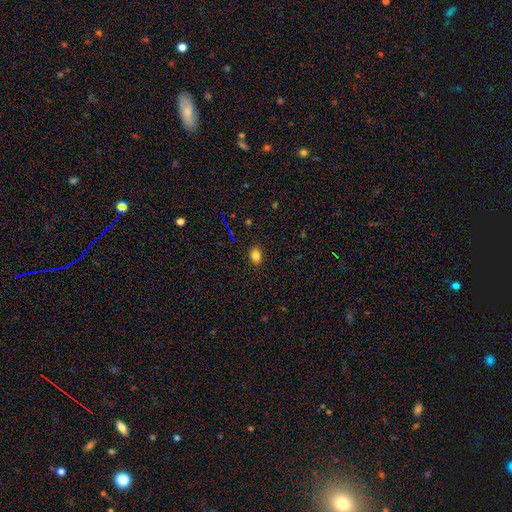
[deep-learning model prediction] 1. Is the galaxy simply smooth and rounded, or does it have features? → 80% smooth, 13% star or artifact, 7% featured or disk.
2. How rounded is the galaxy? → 70% in between, 29% round, 1% cigar-shaped.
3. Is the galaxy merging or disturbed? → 88% none, 9% minor disturbance, 2% major disturbance, 1% merger.